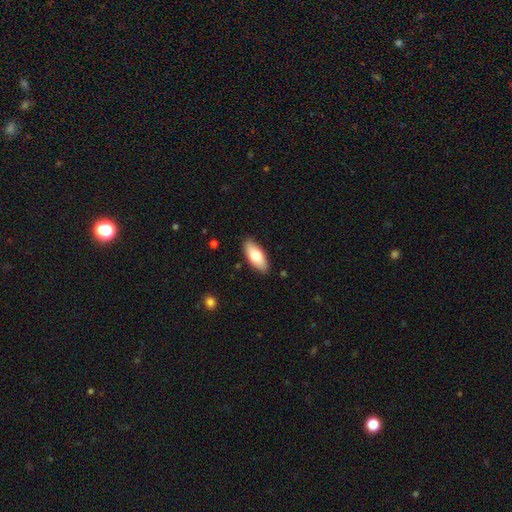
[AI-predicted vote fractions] smooth 75%, featured or disk 19%, star or artifact 6%. Down the decision tree: how rounded — in between (83%); merging — none (88%).